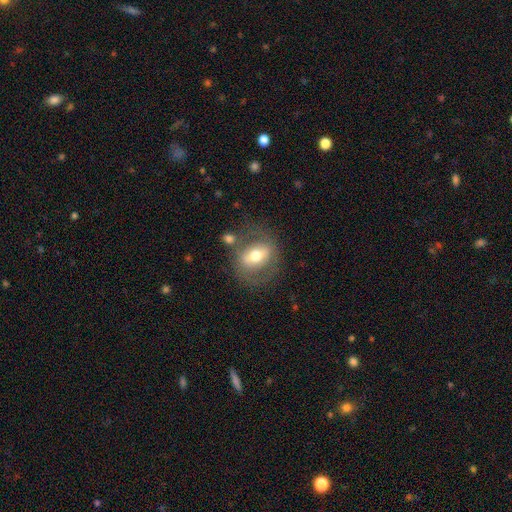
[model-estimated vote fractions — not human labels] This appears to be a featured or disk galaxy (47%). Merging: none (65%).